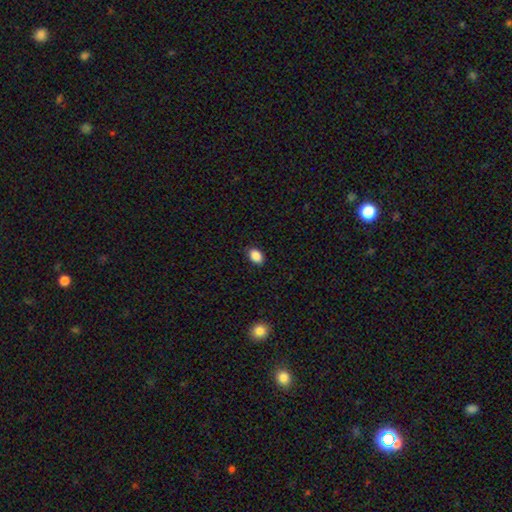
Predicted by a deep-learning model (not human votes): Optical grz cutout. It shows a smooth galaxy with no disk features (88%) that is in between round and cigar-shaped (82%). Merging: none (87%).